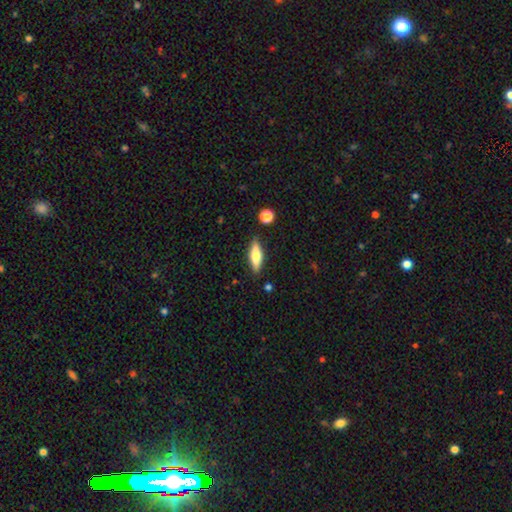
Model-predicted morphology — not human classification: Smooth or featured: smooth — 63% (featured or disk — 30%)
How rounded: cigar-shaped — 50% (in between — 48%)
Merging: none — 85% (minor disturbance — 10%)